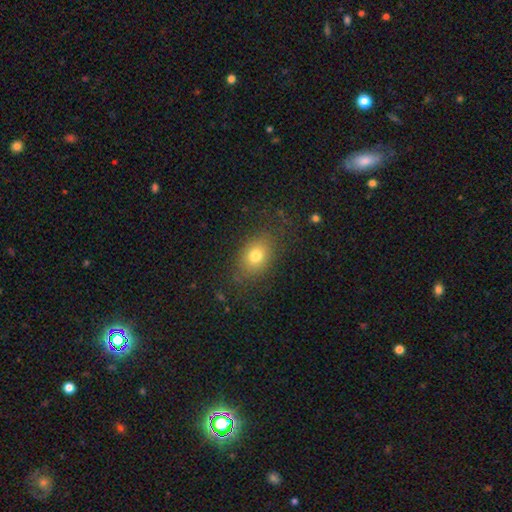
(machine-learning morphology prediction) smooth-or-featured: smooth: 75% | featured or disk: 13% | star or artifact: 11%
  how-rounded: in between: 73% | round: 26% | cigar-shaped: 2%
  merging: none: 79% | minor disturbance: 14% | major disturbance: 6% | merger: 1%